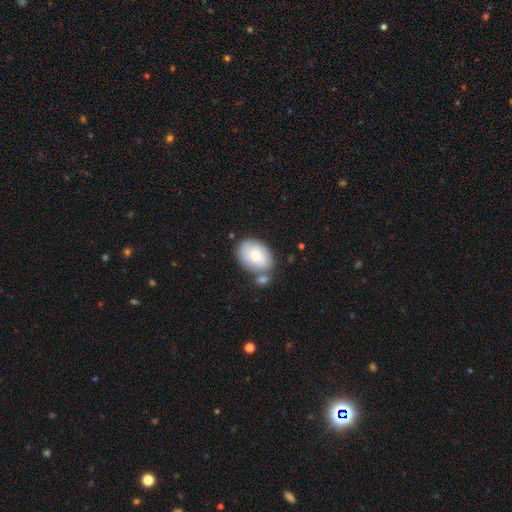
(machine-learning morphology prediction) smooth-or-featured: smooth: 72% | featured or disk: 22% | star or artifact: 6%
  how-rounded: in between: 79% | round: 20% | cigar-shaped: 1%
  merging: none: 58% | merger: 19% | minor disturbance: 18% | major disturbance: 5%